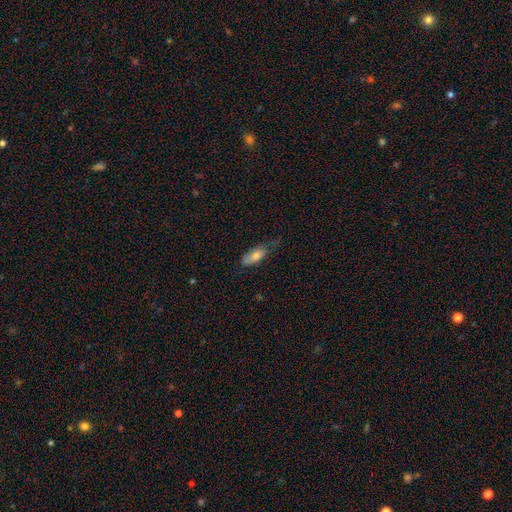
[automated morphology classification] Q: Smooth or featured?
A: smooth (72%); runner-up: featured or disk (21%)
Q: How rounded?
A: in between (78%); runner-up: cigar-shaped (20%)
Q: Merging?
A: none (47%); runner-up: minor disturbance (36%)